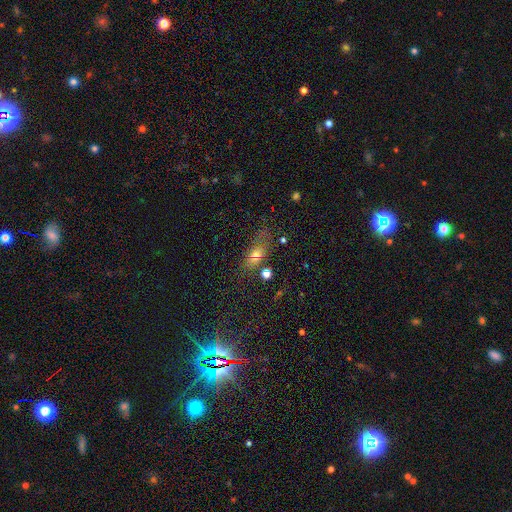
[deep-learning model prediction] Smooth or featured?
  - smooth: 61% *
  - star or artifact: 20%
  - featured or disk: 19%
How rounded?
  - in between: 64% *
  - cigar-shaped: 21%
  - round: 15%
Merging?
  - none: 57% *
  - minor disturbance: 19%
  - merger: 12%
  - major disturbance: 12%